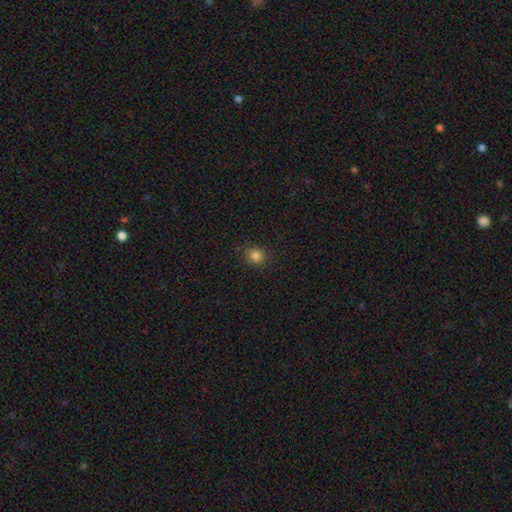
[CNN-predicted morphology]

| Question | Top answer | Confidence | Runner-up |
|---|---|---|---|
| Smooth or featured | smooth | 83% | star or artifact (13%) |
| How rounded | round | 84% | in between (15%) |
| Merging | none | 88% | minor disturbance (9%) |